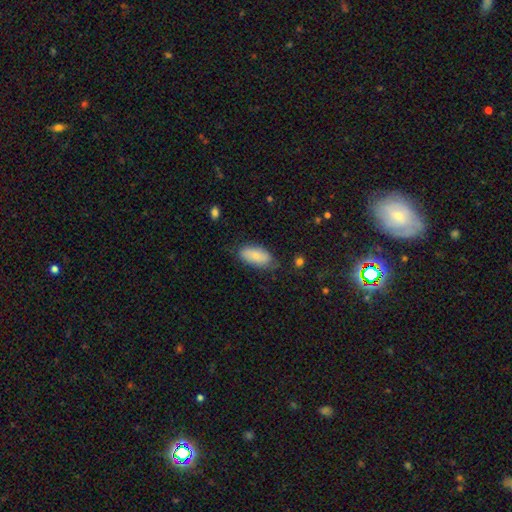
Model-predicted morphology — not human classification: The model was most divided on "merging": none: 70%, minor disturbance: 23%, major disturbance: 5%, merger: 2%. More confident: how rounded — in between (91%); smooth or featured — smooth (80%).